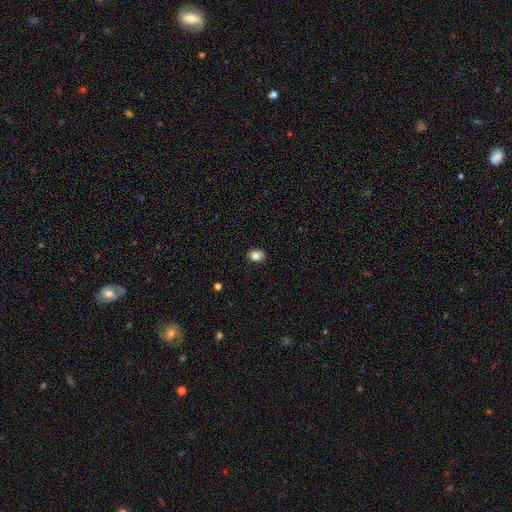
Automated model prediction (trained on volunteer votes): Q: Smooth or featured?
A: smooth (84%); runner-up: star or artifact (10%)
Q: How rounded?
A: in between (51%); runner-up: round (48%)
Q: Merging?
A: none (77%); runner-up: minor disturbance (18%)